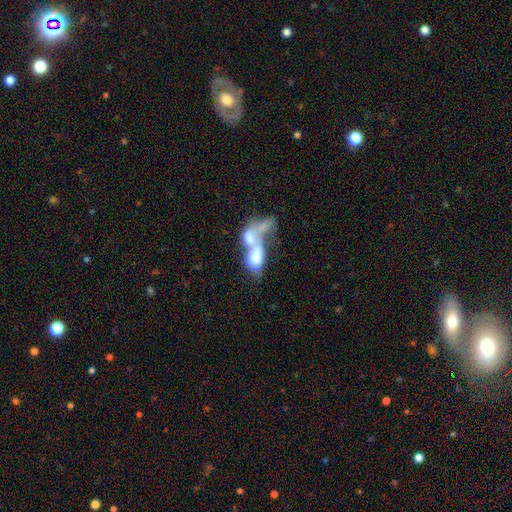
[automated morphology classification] smooth-or-featured: smooth: 53% | featured or disk: 37% | star or artifact: 10%
  how-rounded: in between: 78% | round: 13% | cigar-shaped: 10%
  merging: merger: 77% | major disturbance: 11% | none: 7% | minor disturbance: 4%